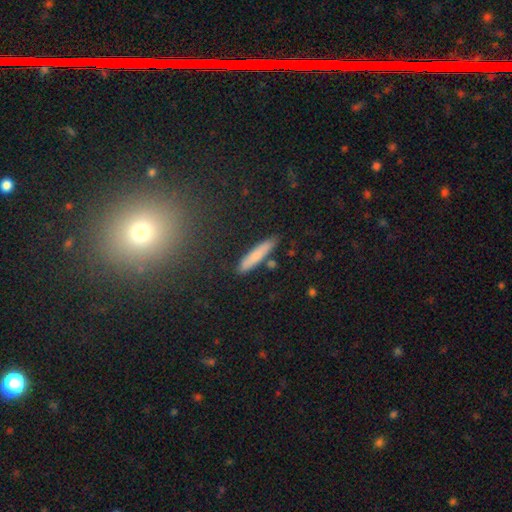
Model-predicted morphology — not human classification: This appears to be a smooth galaxy with no disk features (73%) that is cigar-shaped (88%). Merging: none (84%).